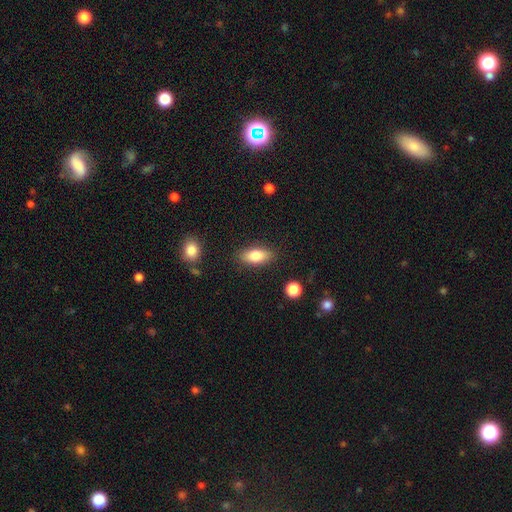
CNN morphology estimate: A smooth galaxy with no disk features (79%) that is in between round and cigar-shaped (83%).

Vote fractions:
- Smooth or featured? smooth: 79% / featured or disk: 14% / star or artifact: 7%
- How rounded? in between: 83% / cigar-shaped: 12% / round: 4%
- Merging? none: 85% / minor disturbance: 11% / major disturbance: 3% / merger: 2%